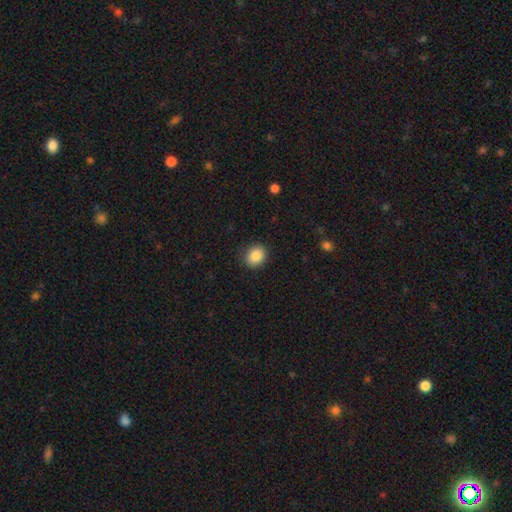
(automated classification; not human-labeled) This appears to be a smooth galaxy with no disk features (88%) that is round (65%). Merging: none (88%).